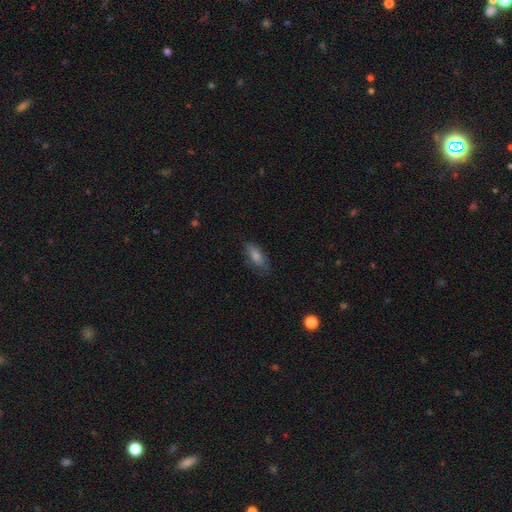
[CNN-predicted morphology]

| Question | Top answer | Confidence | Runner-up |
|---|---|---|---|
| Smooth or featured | smooth | 61% | featured or disk (26%) |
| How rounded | in between | 71% | cigar-shaped (25%) |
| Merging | none | 78% | minor disturbance (17%) |